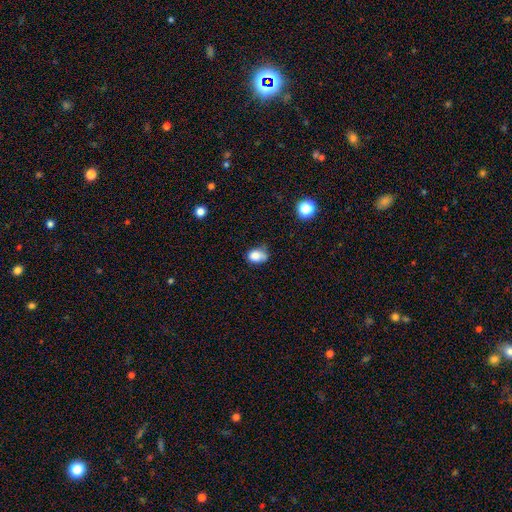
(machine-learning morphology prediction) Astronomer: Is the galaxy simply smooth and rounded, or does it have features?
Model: smooth — 82%.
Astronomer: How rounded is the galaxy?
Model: in between — 70%.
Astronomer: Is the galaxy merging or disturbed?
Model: none — 48% (runner-up: minor disturbance, 37%).